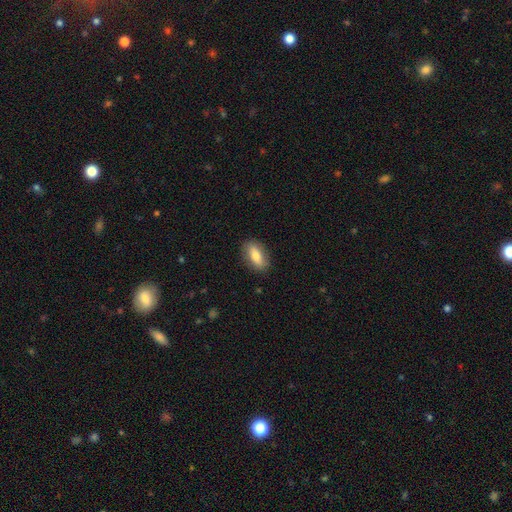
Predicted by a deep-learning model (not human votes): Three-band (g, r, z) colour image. It shows a smooth galaxy with no disk features (72%) that is in between round and cigar-shaped (81%). Merging: none (85%).